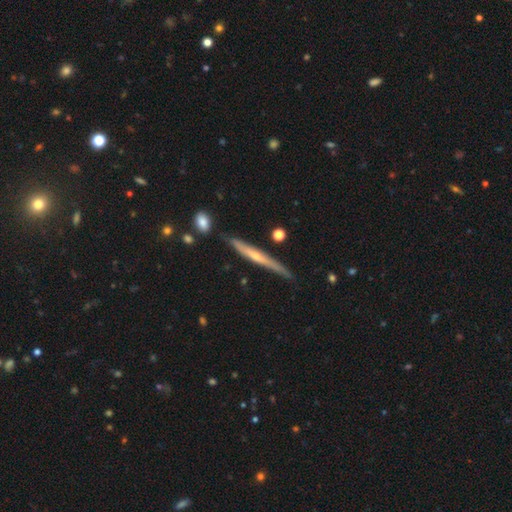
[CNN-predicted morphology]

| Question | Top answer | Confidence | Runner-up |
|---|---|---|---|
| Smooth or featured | featured or disk | 66% | smooth (28%) |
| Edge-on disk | yes | 96% | no (4%) |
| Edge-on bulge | rounded | 58% | none (38%) |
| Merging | none | 79% | minor disturbance (15%) |